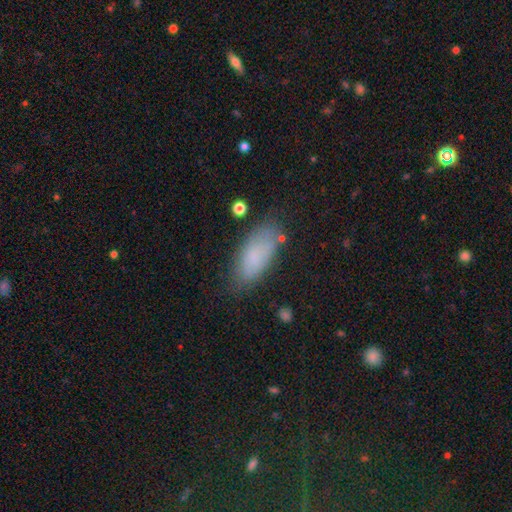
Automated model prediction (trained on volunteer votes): Smooth or featured? smooth (81%)
How rounded? in between (85%)
Merging? none (75%)